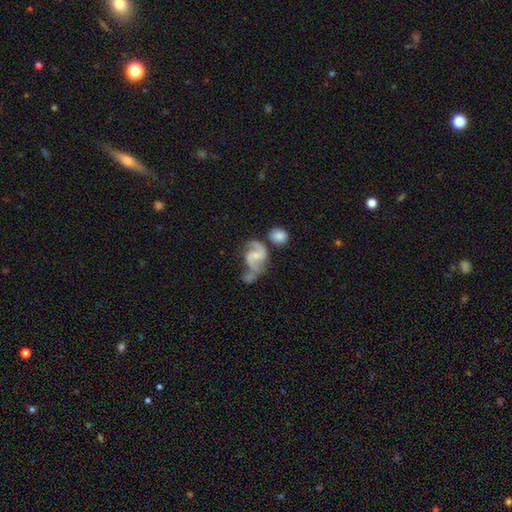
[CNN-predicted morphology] smooth-or-featured: featured or disk: 76% | smooth: 17% | star or artifact: 7%
  disk-edge-on: no: 98% | yes: 2%
    bar: weak: 48% | no: 37% | strong: 15%
    has-spiral-arms: yes: 91% | no: 9%
      spiral-winding: loose: 47% | medium: 42% | tight: 11%
      spiral-arm-count: 2: 85% | 1: 6% | can't tell: 5% | 3: 1% | 4: 1% | more than 4: 1%
    bulge-size: small: 53% | moderate: 26% | none: 17% | large: 2% | dominant: 1%
  merging: merger: 34% | none: 28% | major disturbance: 20% | minor disturbance: 18%